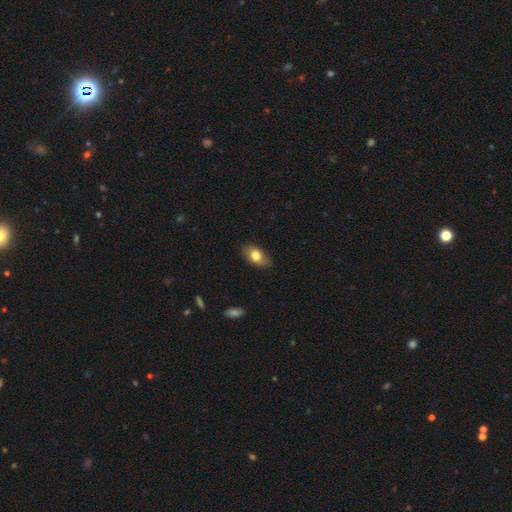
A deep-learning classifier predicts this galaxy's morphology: Q: Smooth or featured?
A: smooth (79%); runner-up: featured or disk (15%)
Q: How rounded?
A: in between (91%); runner-up: round (6%)
Q: Merging?
A: none (83%); runner-up: minor disturbance (13%)